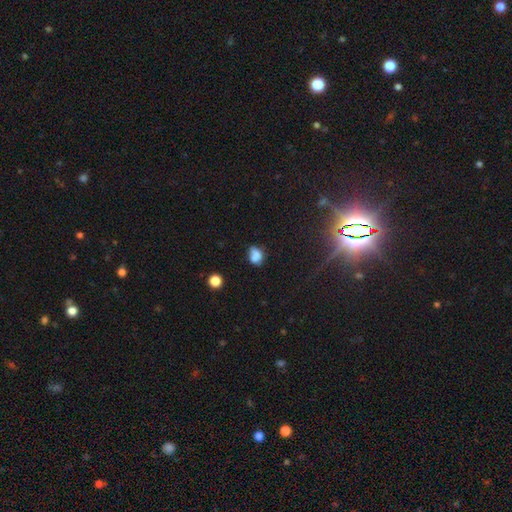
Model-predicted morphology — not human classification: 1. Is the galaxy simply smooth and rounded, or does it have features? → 73% smooth, 15% featured or disk, 12% star or artifact.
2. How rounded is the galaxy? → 65% in between, 33% round, 2% cigar-shaped.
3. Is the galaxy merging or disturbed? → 43% none, 25% minor disturbance, 23% merger, 9% major disturbance.